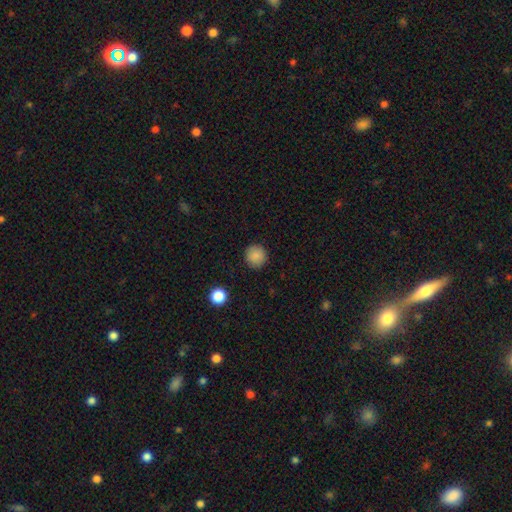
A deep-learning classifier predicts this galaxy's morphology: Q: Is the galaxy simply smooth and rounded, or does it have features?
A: smooth — 87%.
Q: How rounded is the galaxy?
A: round — 94%.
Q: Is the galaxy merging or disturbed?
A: none — 91%.